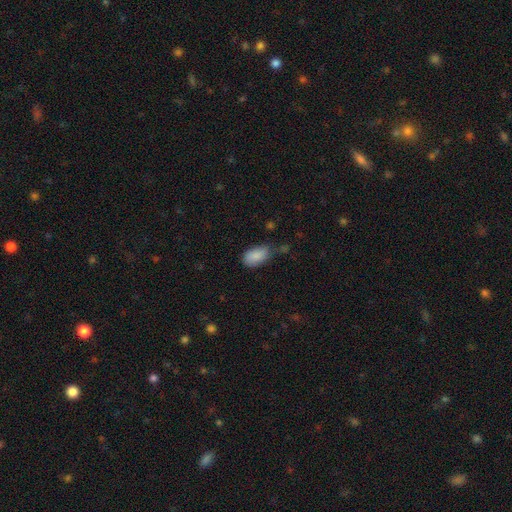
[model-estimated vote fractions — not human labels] smooth_or_featured: smooth (p=0.86) [alt: star or artifact p=0.07]
how_rounded: in between (p=0.93) [alt: round p=0.05]
merging: none (p=0.55) [alt: minor disturbance p=0.33]